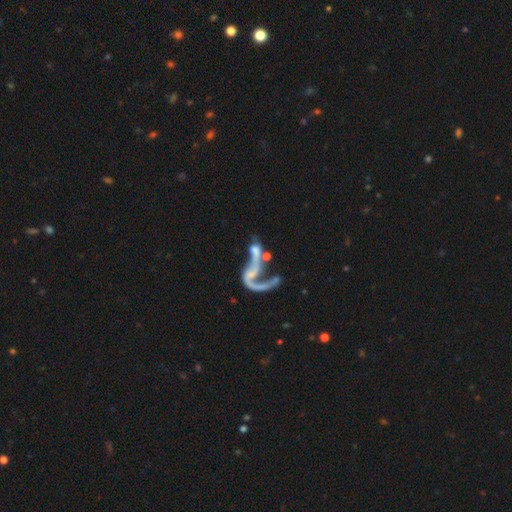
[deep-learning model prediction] Overall: featured or disk (75%). Edge-on disk: no (95%). Bar: no (62%; weak 24%). Spiral arms: yes (68%; no 32%). Bulge size: none (46%; small 38%). Merging: merger (42%; major disturbance 30%).